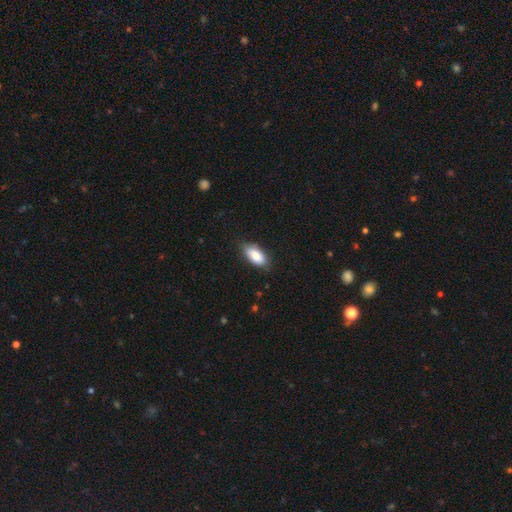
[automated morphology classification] Smooth or featured? smooth (83%)
How rounded? in between (89%)
Merging? none (81%)